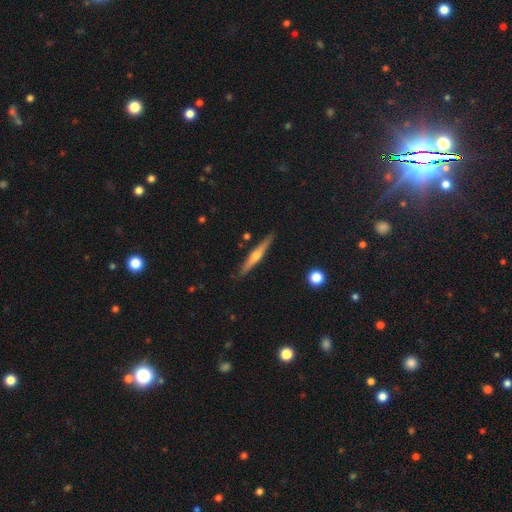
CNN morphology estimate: A featured or disk galaxy (68%) viewed edge-on (97%) with a rounded central bulge (86%). Merging: none (90%).